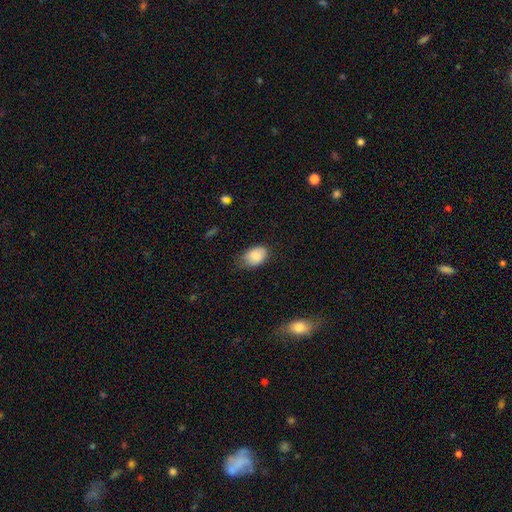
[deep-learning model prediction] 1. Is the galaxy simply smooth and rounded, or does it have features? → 86% smooth, 7% star or artifact, 7% featured or disk.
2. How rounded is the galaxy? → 85% in between, 14% round, 1% cigar-shaped.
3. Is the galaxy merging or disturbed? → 58% none, 33% minor disturbance, 7% major disturbance, 2% merger.